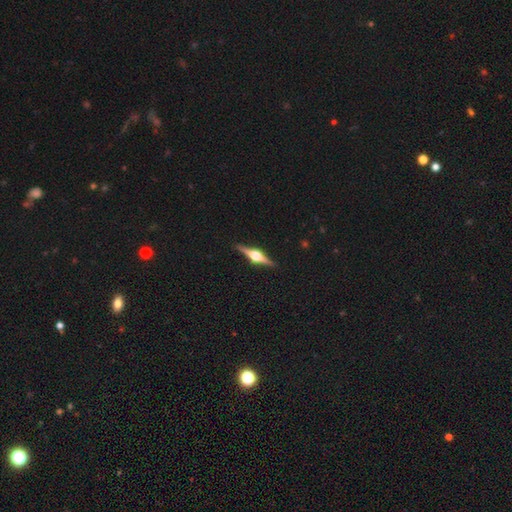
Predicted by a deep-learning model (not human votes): smooth_or_featured: featured or disk (p=0.84) [alt: smooth p=0.11]
disk_edge_on: yes (p=0.98) [alt: no p=0.02]
edge_on_bulge: rounded (p=0.95) [alt: boxy p=0.04]
merging: none (p=0.91) [alt: minor disturbance p=0.06]